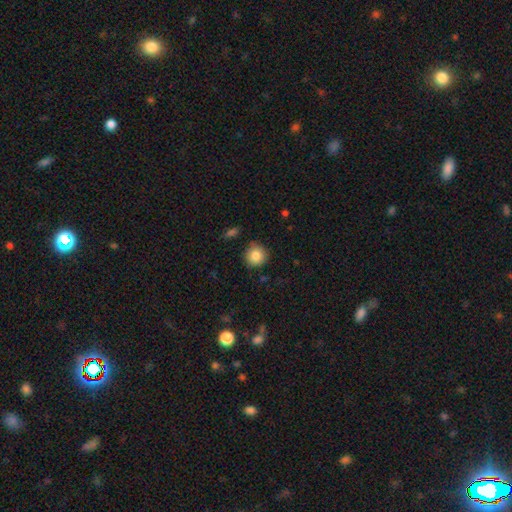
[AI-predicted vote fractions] Overall: smooth (83%). How rounded: round (93%). Merging: none (86%).